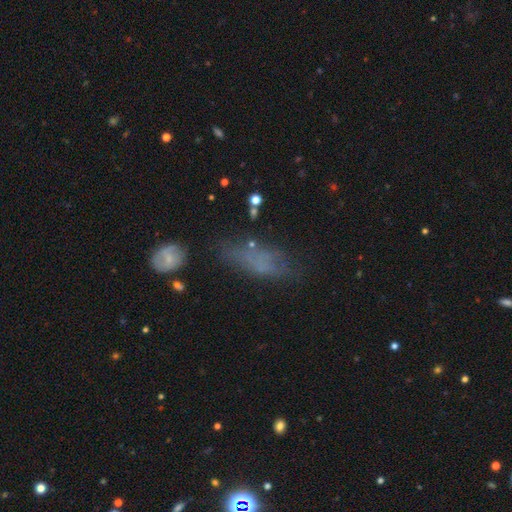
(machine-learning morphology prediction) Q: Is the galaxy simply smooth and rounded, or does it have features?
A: smooth — 52%.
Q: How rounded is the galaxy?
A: in between — 63%.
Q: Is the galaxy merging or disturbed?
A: none — 51%.